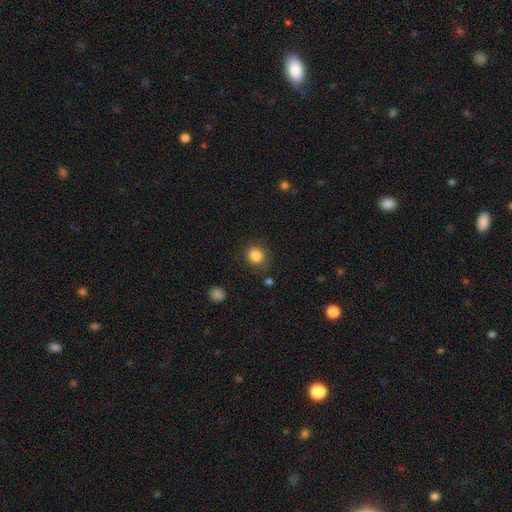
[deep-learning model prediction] This is clearly a smooth galaxy (85%). How rounded: clearly round (84%). Merging: clearly none (81%).